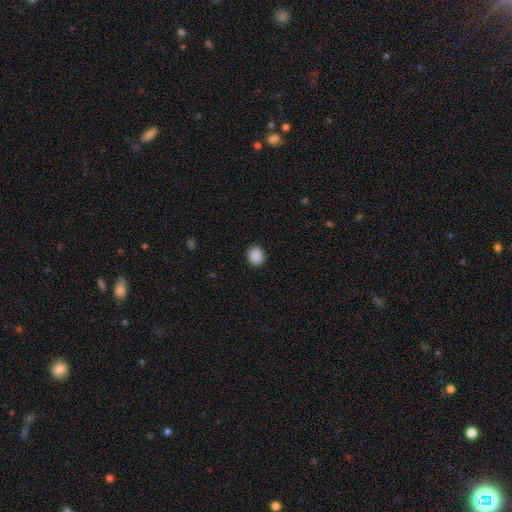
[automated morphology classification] smooth_or_featured: smooth (p=0.89) [alt: star or artifact p=0.09]
how_rounded: round (p=0.66) [alt: in between p=0.33]
merging: none (p=0.90) [alt: minor disturbance p=0.07]